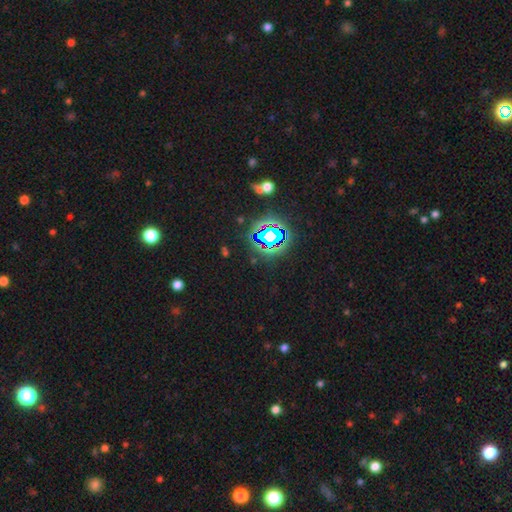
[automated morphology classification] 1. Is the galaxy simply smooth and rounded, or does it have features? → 75% star or artifact, 16% smooth, 9% featured or disk.